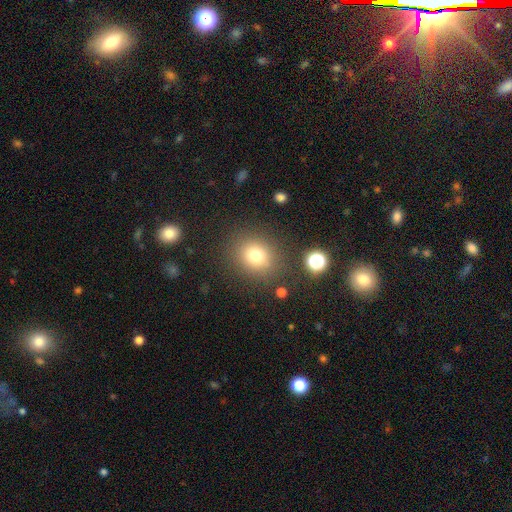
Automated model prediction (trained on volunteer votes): smooth 77%, star or artifact 14%, featured or disk 9%. Down the decision tree: how rounded — round (71%); merging — none (83%).